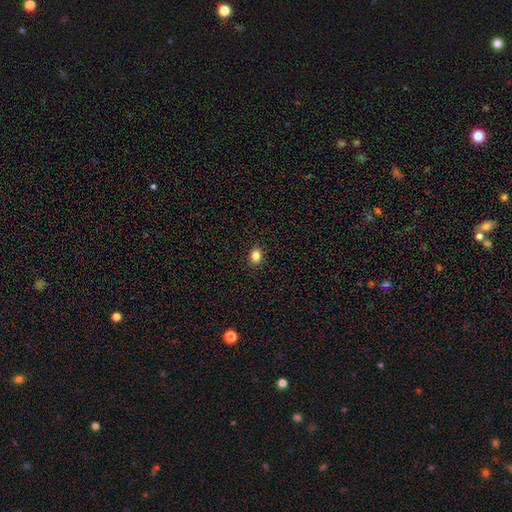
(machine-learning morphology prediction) This is clearly a smooth galaxy (83%). How rounded: possibly in between (52%). Merging: clearly none (91%).